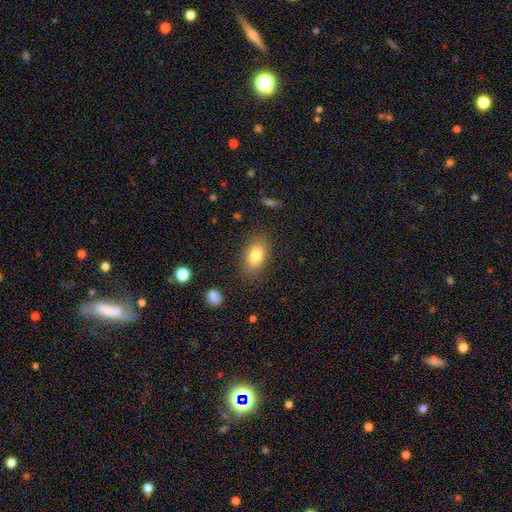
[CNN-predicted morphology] Smooth or featured: smooth — 80% (featured or disk — 11%)
How rounded: in between — 87% (round — 11%)
Merging: none — 84% (minor disturbance — 11%)